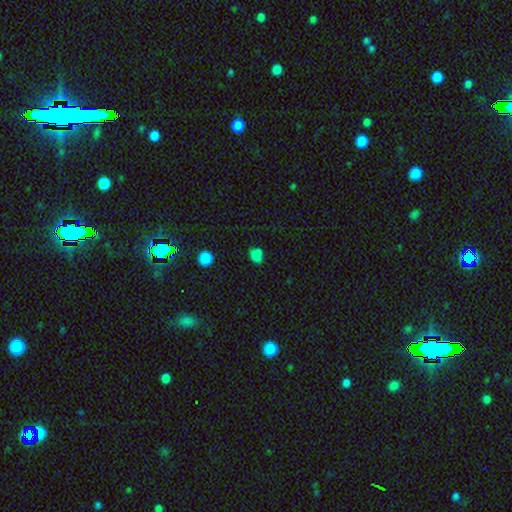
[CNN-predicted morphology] Smooth or featured? smooth (78%)
How rounded? round (56%)
Merging? none (69%)